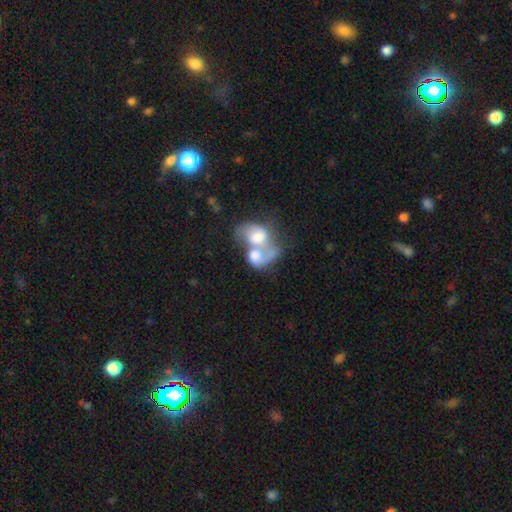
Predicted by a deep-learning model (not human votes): Smooth or featured?
  - smooth: 51% *
  - featured or disk: 41%
  - star or artifact: 8%
How rounded?
  - in between: 66% *
  - round: 33%
  - cigar-shaped: 1%
Merging?
  - merger: 80% *
  - major disturbance: 9%
  - none: 7%
  - minor disturbance: 4%